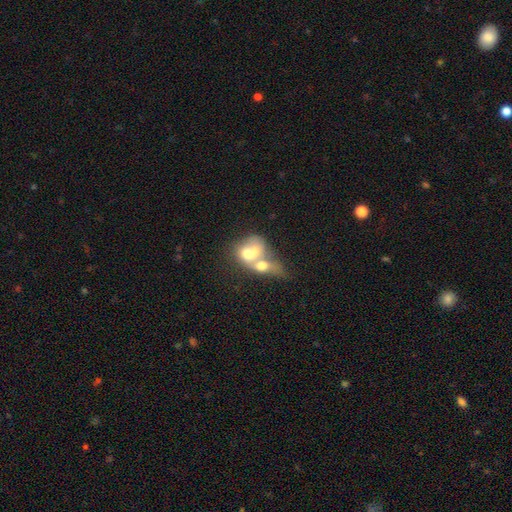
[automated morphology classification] smooth-or-featured: smooth: 51% | featured or disk: 39% | star or artifact: 10%
  how-rounded: in between: 57% | round: 39% | cigar-shaped: 4%
  merging: merger: 78% | none: 10% | major disturbance: 7% | minor disturbance: 5%